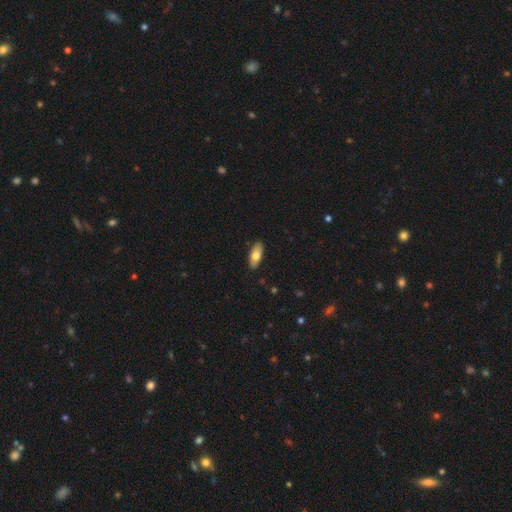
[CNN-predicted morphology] smooth_or_featured: smooth (p=0.74) [alt: featured or disk p=0.20]
how_rounded: in between (p=0.81) [alt: cigar-shaped p=0.16]
merging: none (p=0.88) [alt: minor disturbance p=0.09]